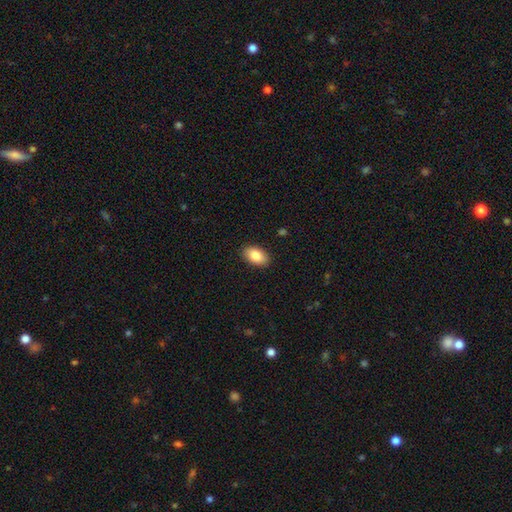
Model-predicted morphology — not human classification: Smooth or featured: smooth — 85% (featured or disk — 8%)
How rounded: in between — 92% (round — 6%)
Merging: none — 89% (minor disturbance — 8%)